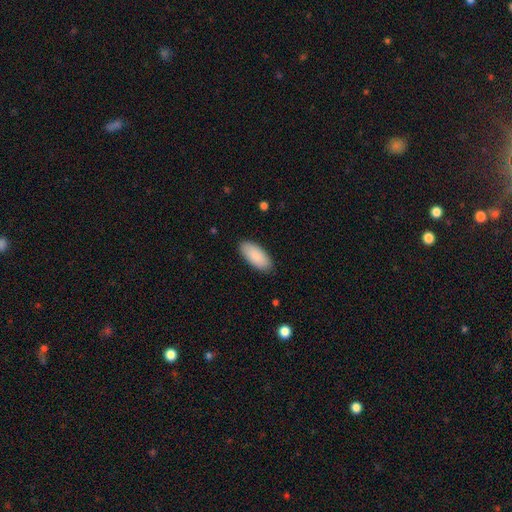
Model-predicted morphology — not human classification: Smooth or featured? Predicted: smooth (p=0.90). How rounded? Predicted: in between (p=0.90). Merging? Predicted: none (p=0.87).